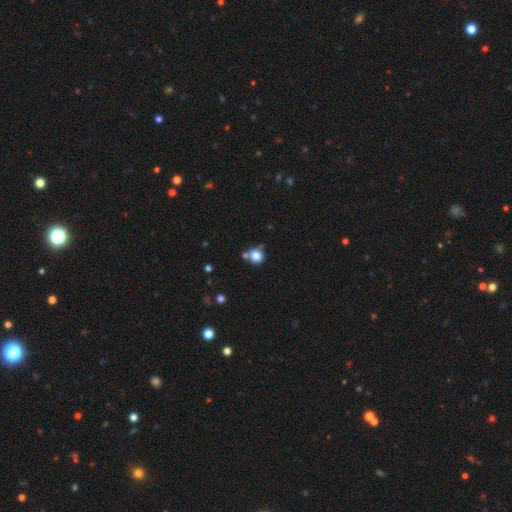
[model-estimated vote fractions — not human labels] smooth-or-featured: smooth: 83% | star or artifact: 11% | featured or disk: 7%
  how-rounded: round: 90% | in between: 9% | cigar-shaped: 1%
  merging: none: 63% | merger: 17% | minor disturbance: 16% | major disturbance: 4%